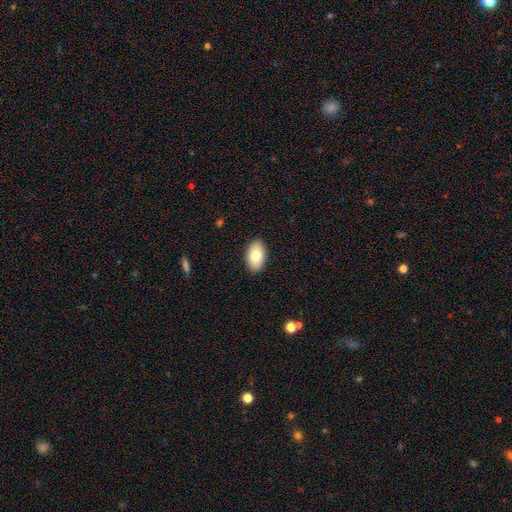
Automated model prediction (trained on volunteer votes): Q: Smooth or featured?
A: smooth (81%); runner-up: featured or disk (13%)
Q: How rounded?
A: in between (94%); runner-up: round (4%)
Q: Merging?
A: none (89%); runner-up: minor disturbance (8%)